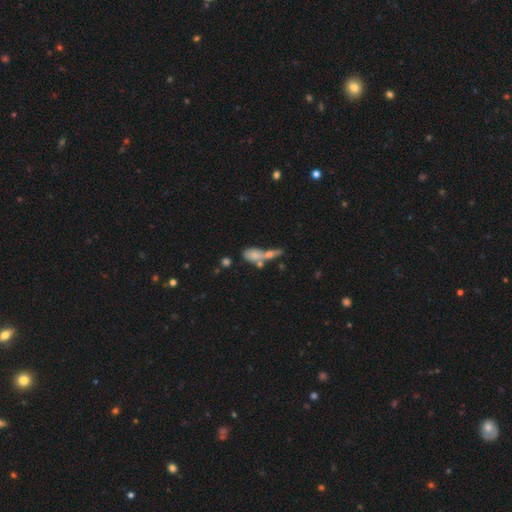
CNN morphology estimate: smooth-or-featured: smooth: 64% | featured or disk: 25% | star or artifact: 11%
  how-rounded: in between: 69% | cigar-shaped: 22% | round: 10%
  merging: merger: 54% | none: 25% | minor disturbance: 11% | major disturbance: 9%